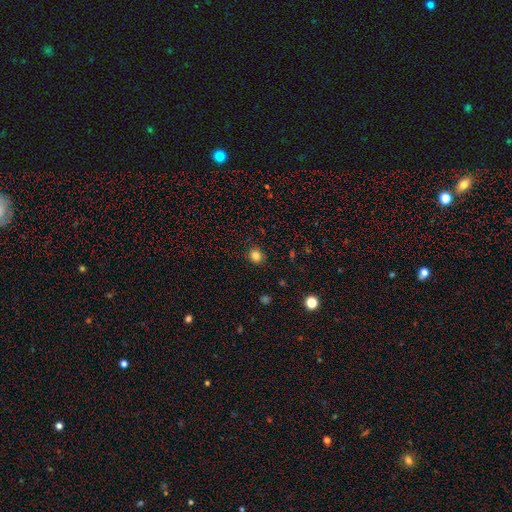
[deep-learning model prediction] Smooth or featured? Predicted: smooth (p=0.83). How rounded? Predicted: round (p=0.83). Merging? Predicted: none (p=0.90).